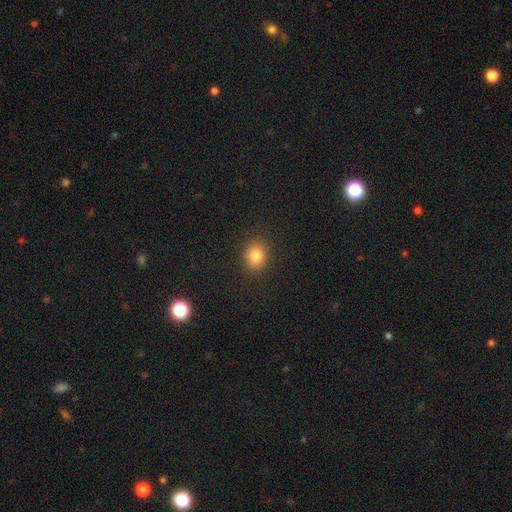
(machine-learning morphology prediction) smooth_or_featured: smooth (p=0.82) [alt: star or artifact p=0.12]
how_rounded: round (p=0.66) [alt: in between p=0.33]
merging: none (p=0.88) [alt: minor disturbance p=0.08]